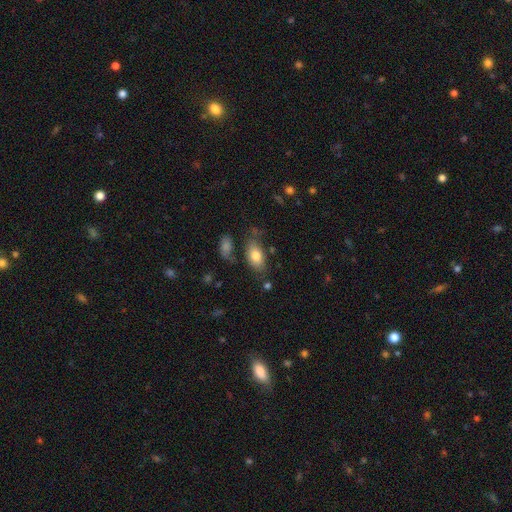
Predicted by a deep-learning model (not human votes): Smooth or featured?
  - smooth: 80% *
  - featured or disk: 13%
  - star or artifact: 8%
How rounded?
  - in between: 91% *
  - round: 6%
  - cigar-shaped: 4%
Merging?
  - none: 67% *
  - minor disturbance: 19%
  - merger: 7%
  - major disturbance: 6%